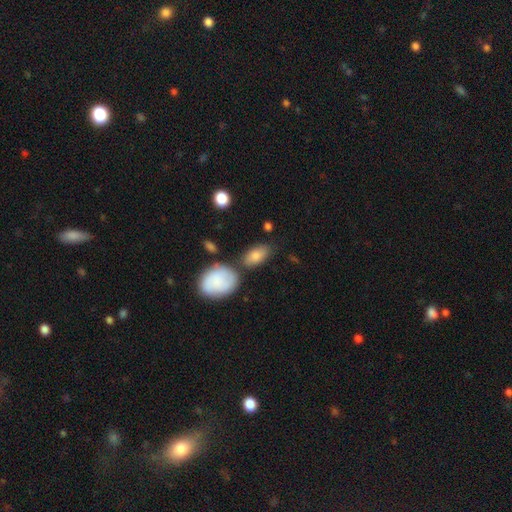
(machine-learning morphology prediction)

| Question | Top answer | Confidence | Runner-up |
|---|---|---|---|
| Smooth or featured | smooth | 81% | featured or disk (13%) |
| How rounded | in between | 90% | cigar-shaped (5%) |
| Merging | none | 65% | minor disturbance (17%) |